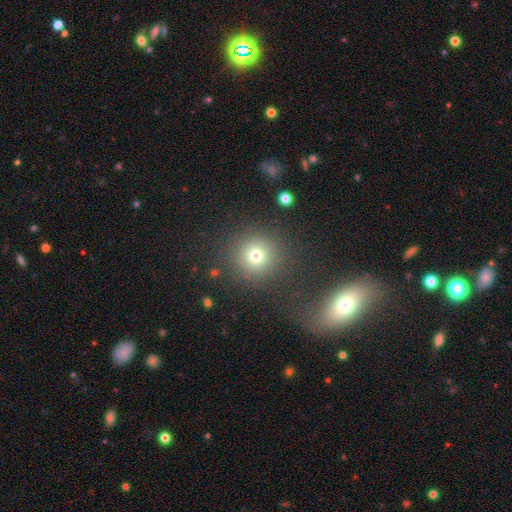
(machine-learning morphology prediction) Smooth or featured? smooth (74%)
How rounded? round (94%)
Merging? none (86%)